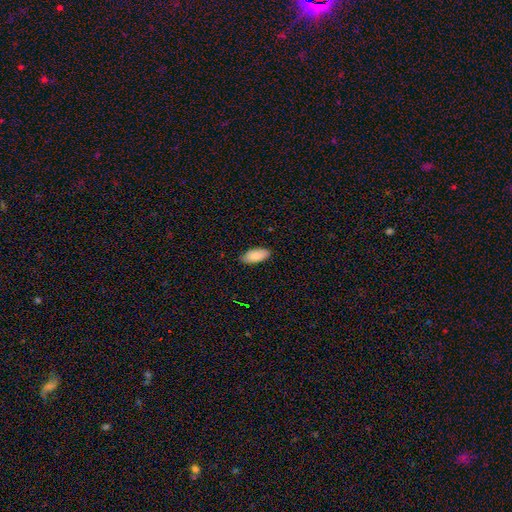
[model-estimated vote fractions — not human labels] smooth-or-featured: smooth: 86% | featured or disk: 8% | star or artifact: 6%
  how-rounded: in between: 88% | cigar-shaped: 10% | round: 2%
  merging: none: 86% | minor disturbance: 11% | major disturbance: 2% | merger: 1%